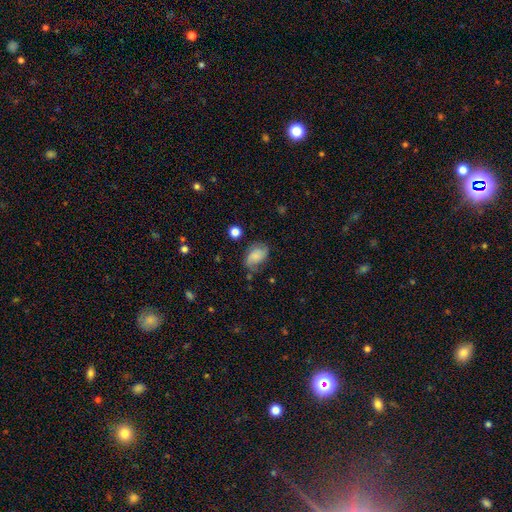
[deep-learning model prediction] Smooth or featured? smooth (58%)
How rounded? in between (84%)
Merging? none (59%)